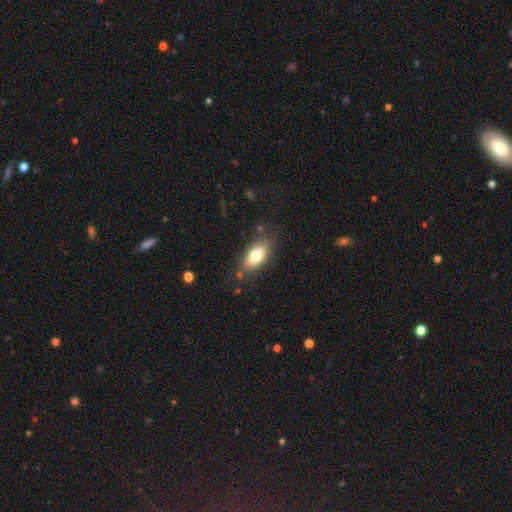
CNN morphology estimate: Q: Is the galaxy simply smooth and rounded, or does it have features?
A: smooth — 77%.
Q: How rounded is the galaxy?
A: in between — 87%.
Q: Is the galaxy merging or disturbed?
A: none — 79%.